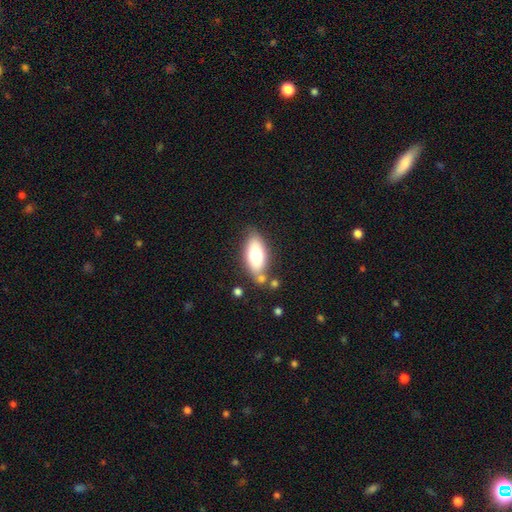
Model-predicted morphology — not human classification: type=smooth (72%); roundness=in between (85%); merging=none (70%).